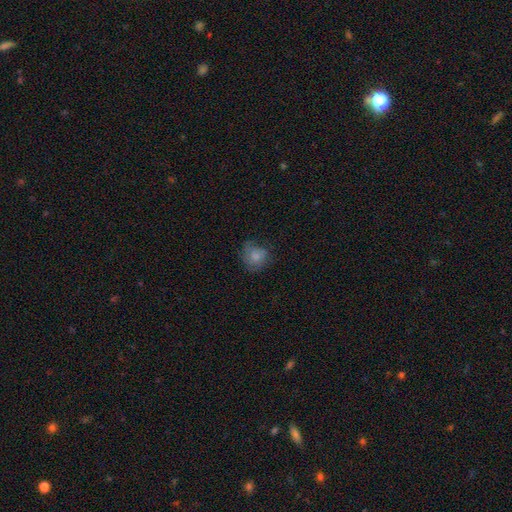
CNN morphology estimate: Smooth or featured?
  - smooth: 70% *
  - featured or disk: 21%
  - star or artifact: 9%
How rounded?
  - round: 75% *
  - in between: 24%
  - cigar-shaped: 1%
Merging?
  - none: 56% *
  - minor disturbance: 27%
  - major disturbance: 15%
  - merger: 1%